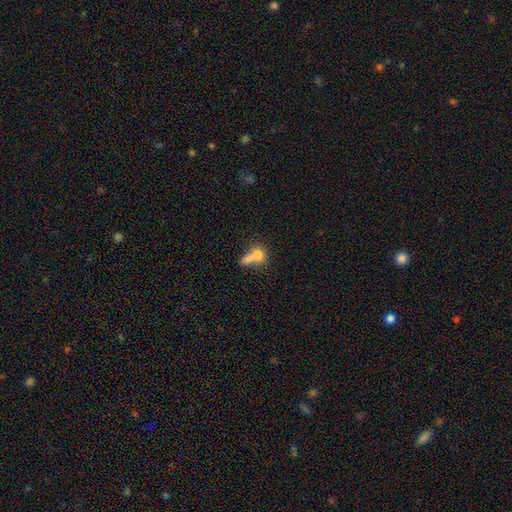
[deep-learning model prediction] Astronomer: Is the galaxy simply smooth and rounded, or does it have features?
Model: smooth — 71%.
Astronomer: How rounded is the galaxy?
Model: in between — 51% (runner-up: round, 40%).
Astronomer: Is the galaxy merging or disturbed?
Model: merger — 59%.